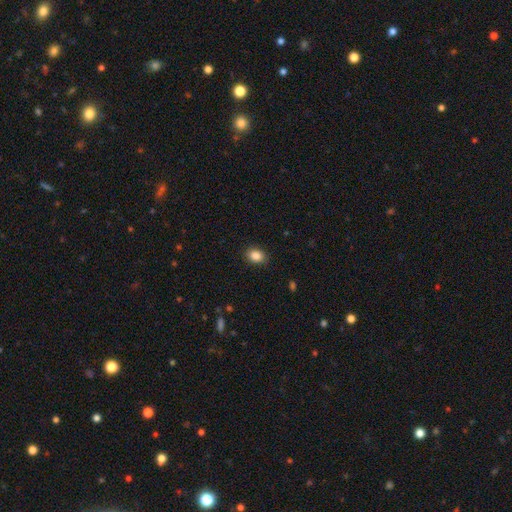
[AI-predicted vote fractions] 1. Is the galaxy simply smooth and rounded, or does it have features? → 87% smooth, 9% star or artifact, 4% featured or disk.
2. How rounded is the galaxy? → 69% in between, 30% round, 1% cigar-shaped.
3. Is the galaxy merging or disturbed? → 87% none, 9% minor disturbance, 2% major disturbance, 1% merger.